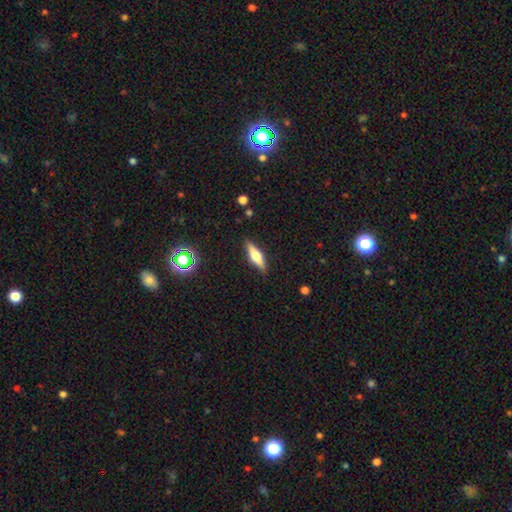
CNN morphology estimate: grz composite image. It shows a smooth galaxy with no disk features (47%). Merging: none (88%).